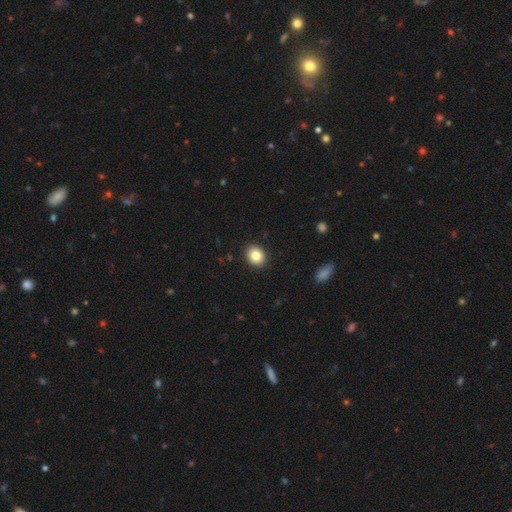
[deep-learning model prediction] Smooth or featured? Predicted: smooth (p=0.85). How rounded? Predicted: round (p=0.62). Merging? Predicted: none (p=0.92).